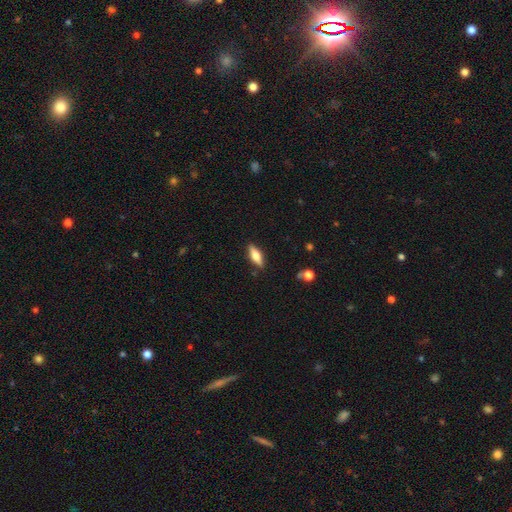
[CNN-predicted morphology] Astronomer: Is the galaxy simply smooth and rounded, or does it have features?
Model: smooth — 56% (runner-up: featured or disk, 37%).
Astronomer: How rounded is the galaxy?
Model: in between — 56% (runner-up: cigar-shaped, 42%).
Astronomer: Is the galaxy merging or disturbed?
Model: none — 87%.